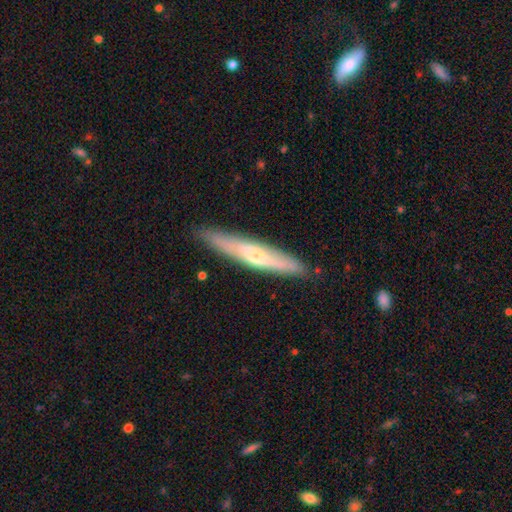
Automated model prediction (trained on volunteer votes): smooth_or_featured: featured or disk (p=0.55) [alt: smooth p=0.39]
disk_edge_on: yes (p=0.84) [alt: no p=0.16]
merging: none (p=0.86) [alt: minor disturbance p=0.11]